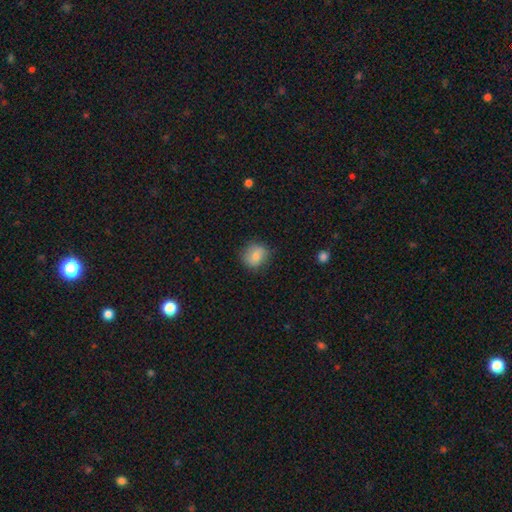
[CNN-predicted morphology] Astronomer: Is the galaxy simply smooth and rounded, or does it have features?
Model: smooth — 79%.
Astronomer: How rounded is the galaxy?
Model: round — 77%.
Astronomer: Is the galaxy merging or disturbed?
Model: none — 75%.